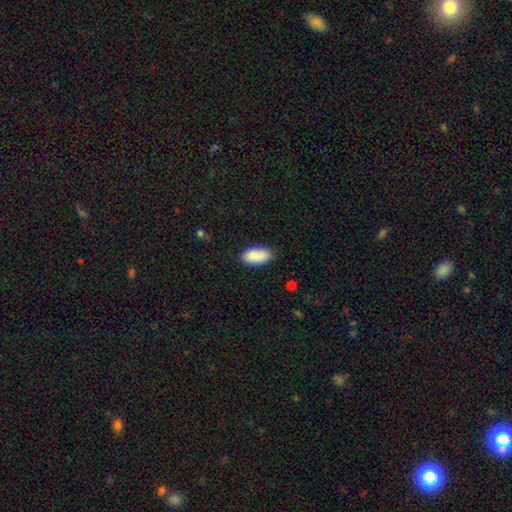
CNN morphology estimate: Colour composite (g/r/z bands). It shows a smooth galaxy with no disk features (90%) that is in between round and cigar-shaped (94%). Merging: none (83%).